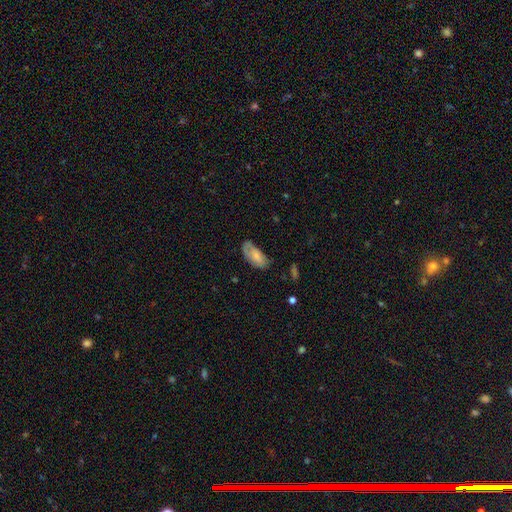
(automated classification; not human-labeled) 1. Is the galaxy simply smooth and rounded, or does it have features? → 68% smooth, 26% featured or disk, 7% star or artifact.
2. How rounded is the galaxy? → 91% in between, 6% cigar-shaped, 3% round.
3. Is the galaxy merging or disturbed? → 51% none, 33% minor disturbance, 13% major disturbance, 3% merger.